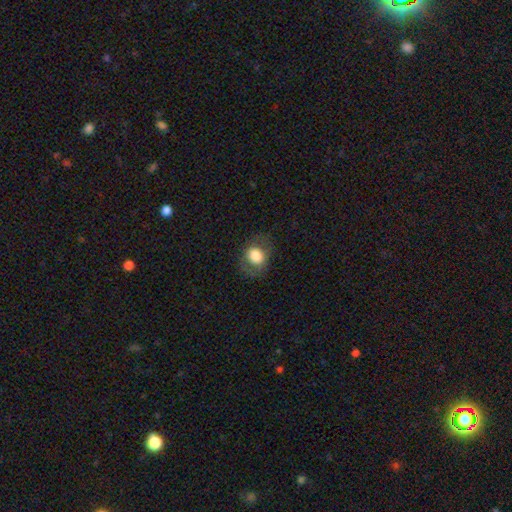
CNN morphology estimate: smooth-or-featured: smooth: 76% | featured or disk: 16% | star or artifact: 8%
  how-rounded: round: 53% | in between: 46% | cigar-shaped: 1%
  merging: none: 73% | minor disturbance: 16% | major disturbance: 9% | merger: 1%